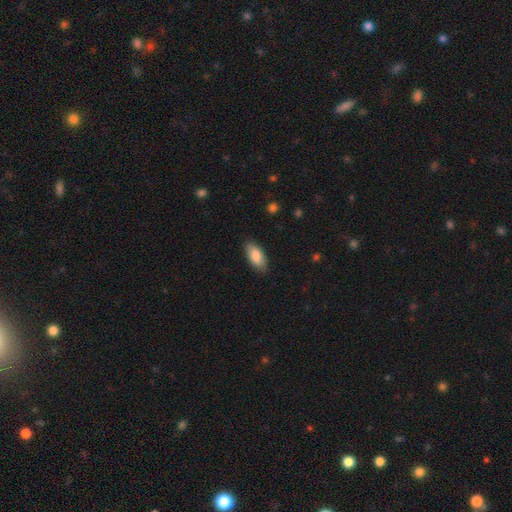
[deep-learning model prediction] smooth-or-featured: smooth: 86% | featured or disk: 8% | star or artifact: 6%
  how-rounded: in between: 88% | cigar-shaped: 10% | round: 2%
  merging: none: 86% | minor disturbance: 11% | major disturbance: 2% | merger: 1%